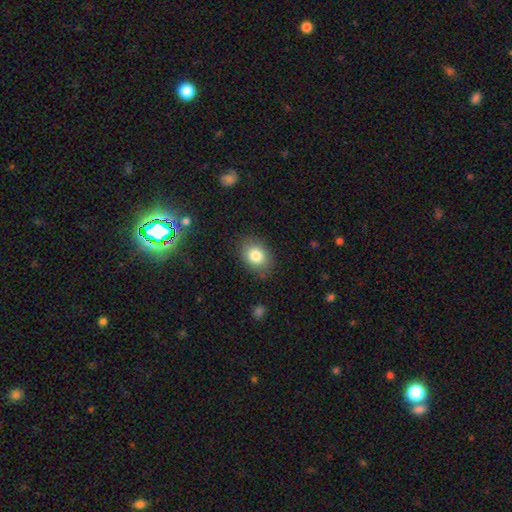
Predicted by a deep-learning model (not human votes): A smooth galaxy with no disk features (81%) that is in between round and cigar-shaped (67%).

Vote fractions:
- Smooth or featured? smooth: 81% / featured or disk: 10% / star or artifact: 9%
- How rounded? in between: 67% / round: 32% / cigar-shaped: 1%
- Merging? none: 83% / minor disturbance: 13% / major disturbance: 3% / merger: 1%